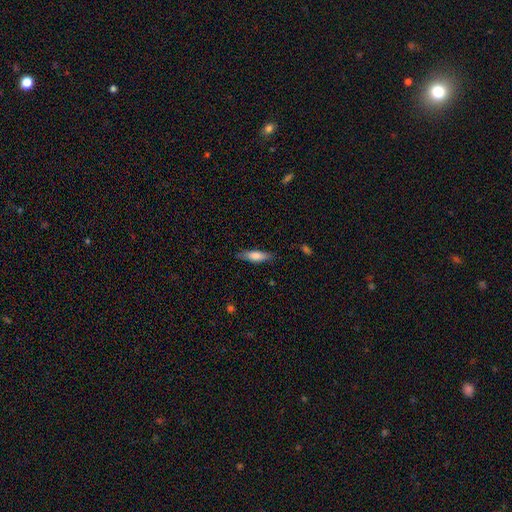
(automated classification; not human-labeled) This appears to be a smooth galaxy with no disk features (72%) that is cigar-shaped (54%). Merging: none (81%).